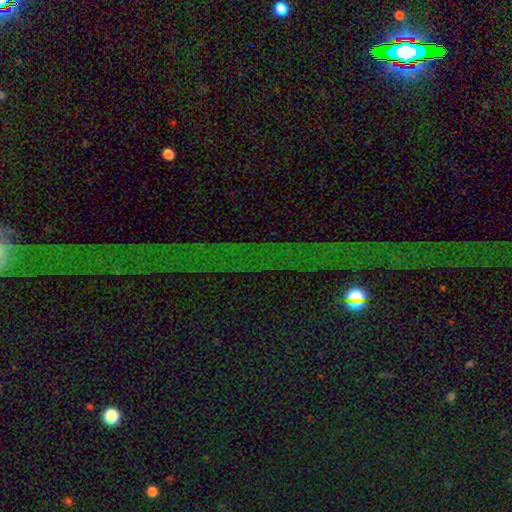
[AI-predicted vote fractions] Smooth or featured? star or artifact (78%)